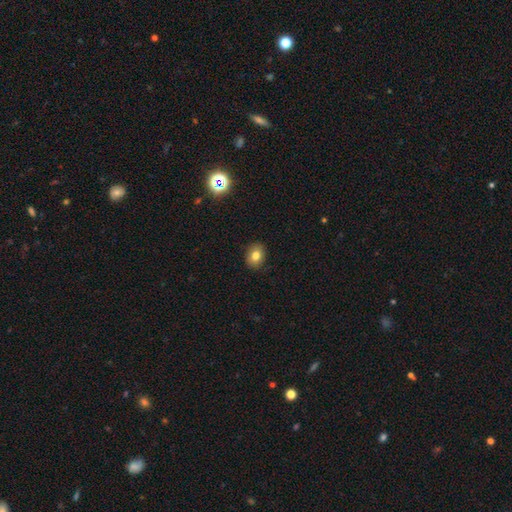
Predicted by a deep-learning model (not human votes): Smooth or featured: smooth — 78% (star or artifact — 12%)
How rounded: in between — 50% (round — 49%)
Merging: none — 89% (minor disturbance — 8%)